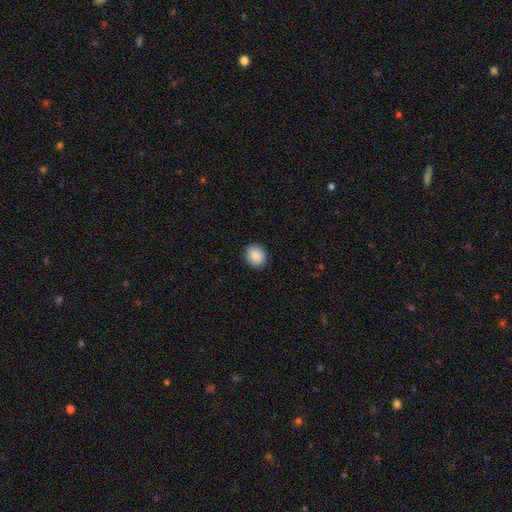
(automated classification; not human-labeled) smooth 88%, star or artifact 8%, featured or disk 4%. Down the decision tree: how rounded — round (68%); merging — none (91%).